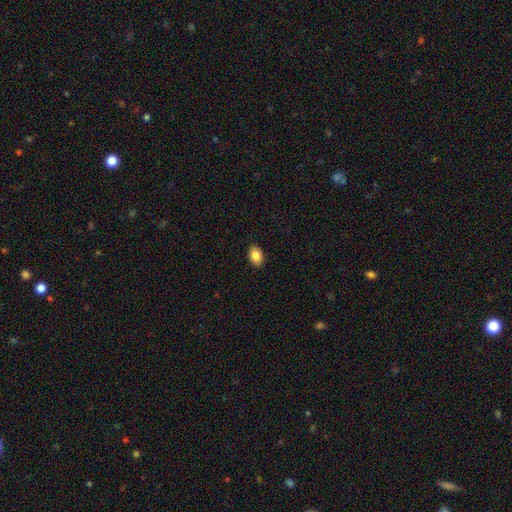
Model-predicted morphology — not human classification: Q: Smooth or featured?
A: smooth (86%); runner-up: star or artifact (8%)
Q: How rounded?
A: in between (82%); runner-up: round (17%)
Q: Merging?
A: none (91%); runner-up: minor disturbance (7%)